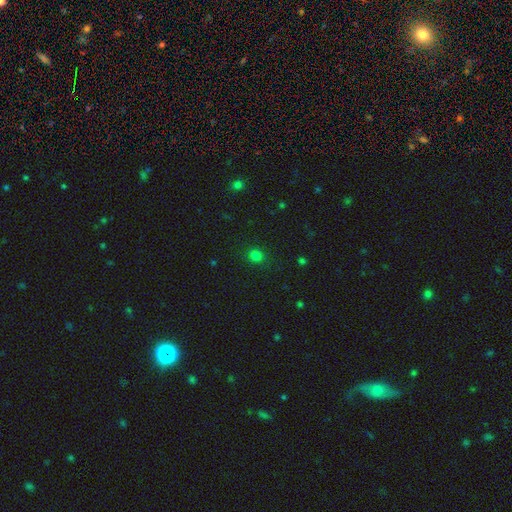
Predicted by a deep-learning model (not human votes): This appears to be a smooth galaxy with no disk features (79%) that is round (76%). Merging: none (87%).